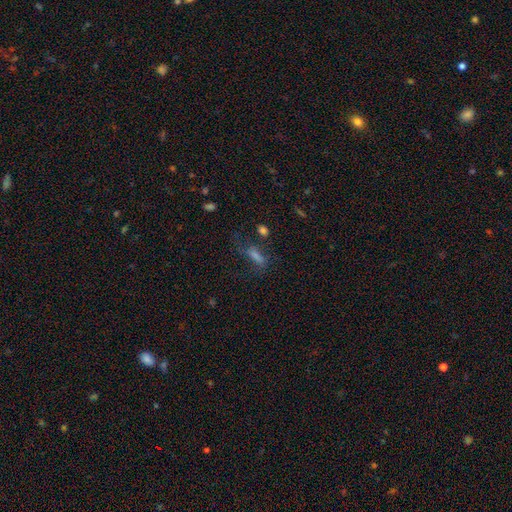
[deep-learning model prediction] Smooth or featured: smooth — 43% (featured or disk — 29%)
Merging: none — 48% (major disturbance — 26%)